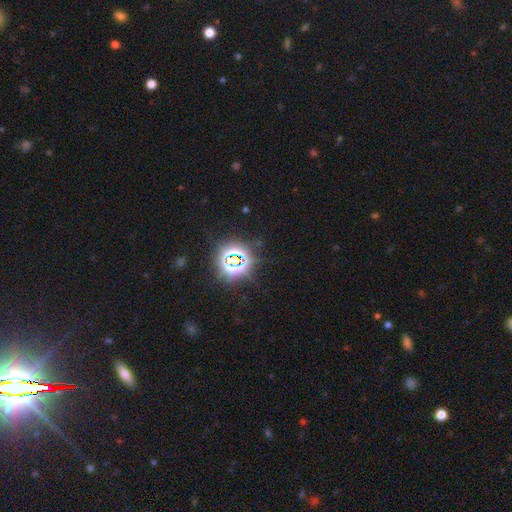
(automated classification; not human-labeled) Smooth or featured? star or artifact (80%)